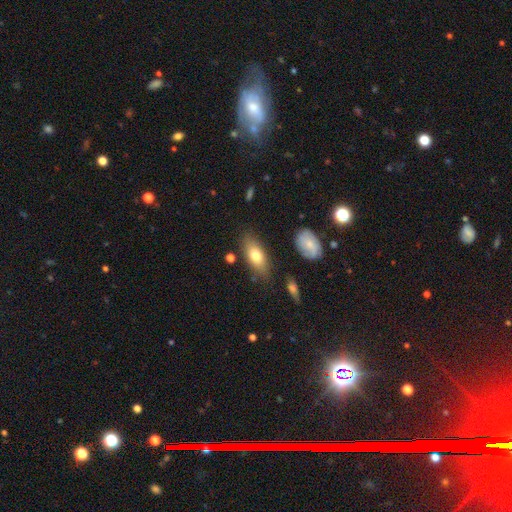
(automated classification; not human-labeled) Smooth or featured: smooth — 74% (featured or disk — 19%)
How rounded: in between — 82% (cigar-shaped — 14%)
Merging: none — 79% (minor disturbance — 14%)